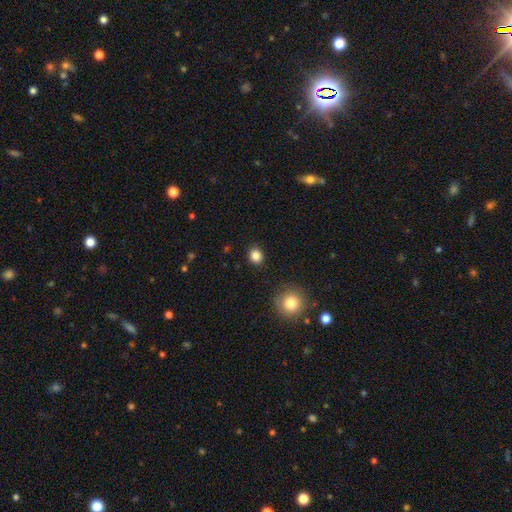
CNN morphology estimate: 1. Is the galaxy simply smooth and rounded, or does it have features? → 85% smooth, 11% star or artifact, 4% featured or disk.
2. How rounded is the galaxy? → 75% round, 24% in between, 1% cigar-shaped.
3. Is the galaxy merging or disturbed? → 89% none, 7% minor disturbance, 2% major disturbance, 2% merger.